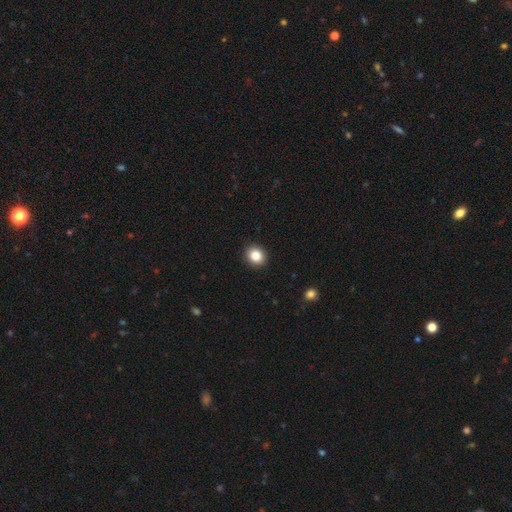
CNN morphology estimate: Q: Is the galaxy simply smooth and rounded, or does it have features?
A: smooth — 85%.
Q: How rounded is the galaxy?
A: round — 73%.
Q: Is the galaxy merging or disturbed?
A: none — 92%.